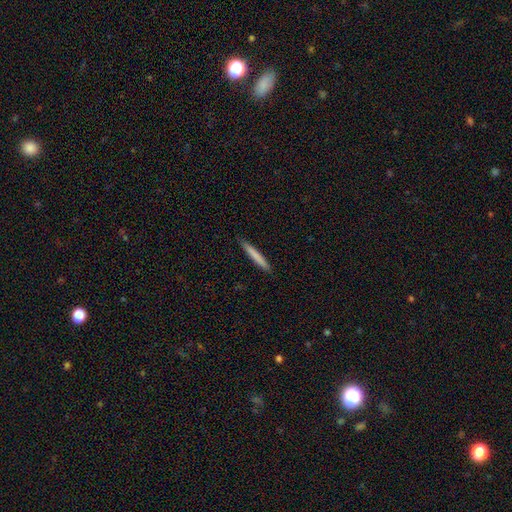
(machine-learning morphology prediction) Smooth or featured?
  - smooth: 76% *
  - featured or disk: 19%
  - star or artifact: 6%
How rounded?
  - cigar-shaped: 96% *
  - in between: 3%
  - round: 1%
Merging?
  - none: 90% *
  - minor disturbance: 7%
  - major disturbance: 1%
  - merger: 1%